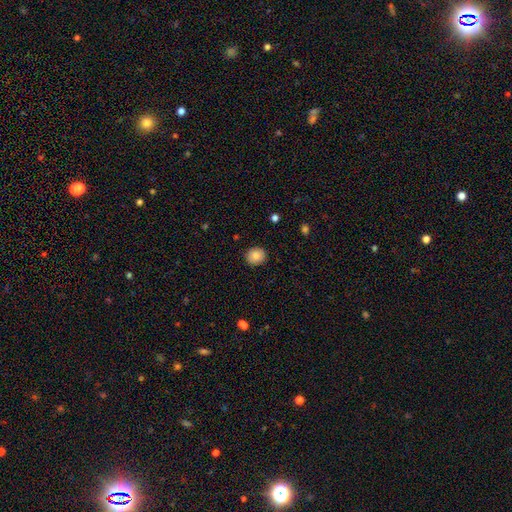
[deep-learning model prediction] Smooth or featured? smooth (86%)
How rounded? round (78%)
Merging? none (89%)